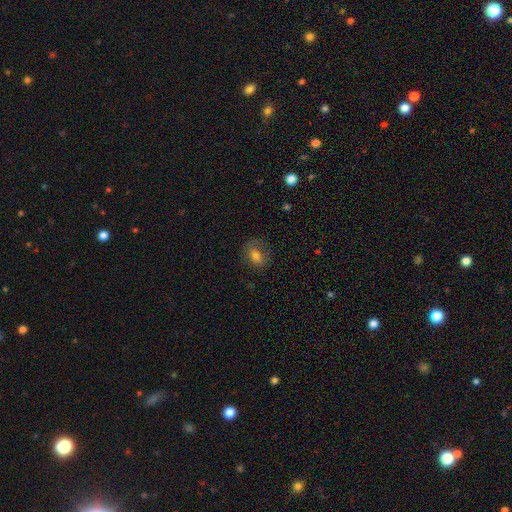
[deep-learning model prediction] Smooth or featured? Predicted: smooth (p=0.70). How rounded? Predicted: in between (p=0.66). Merging? Predicted: none (p=0.66).